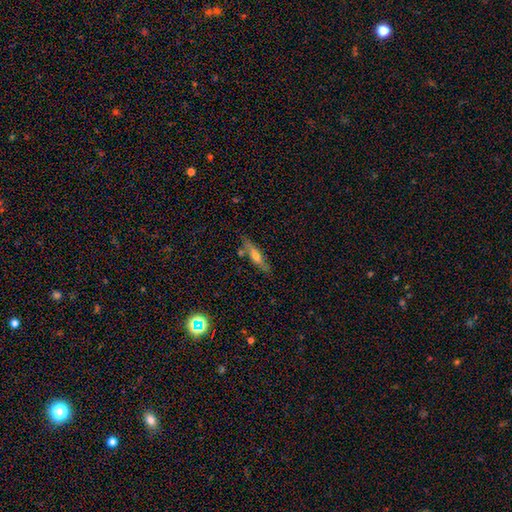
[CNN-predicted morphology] Smooth or featured? Predicted: smooth (p=0.46, tied with featured or disk). Merging? Predicted: none (p=0.73).